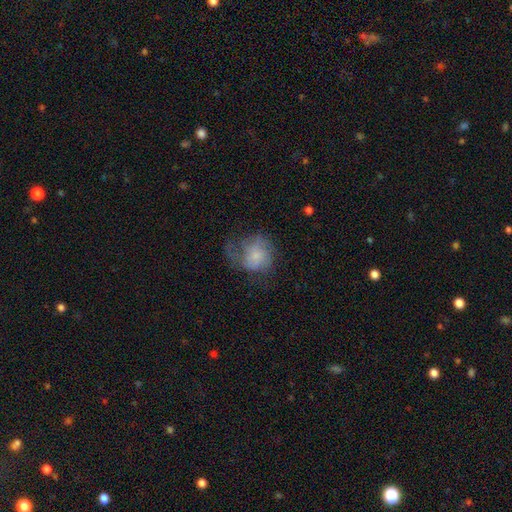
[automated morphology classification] Overall: smooth (52%; featured or disk 38%). How rounded: round (69%; in between 30%). Merging: major disturbance (38%; none 34%).